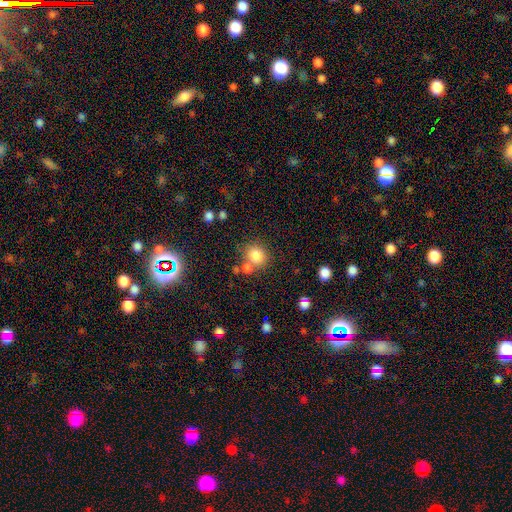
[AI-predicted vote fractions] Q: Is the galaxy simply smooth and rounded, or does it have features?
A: smooth — 81%.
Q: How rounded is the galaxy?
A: round — 78%.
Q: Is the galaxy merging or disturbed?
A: none — 63%.